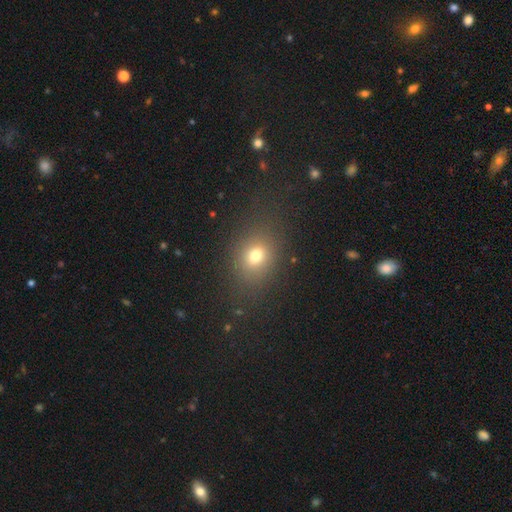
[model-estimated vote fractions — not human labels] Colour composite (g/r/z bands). It shows a smooth galaxy with no disk features (72%) that is in between round and cigar-shaped (50%). Merging: none (78%).